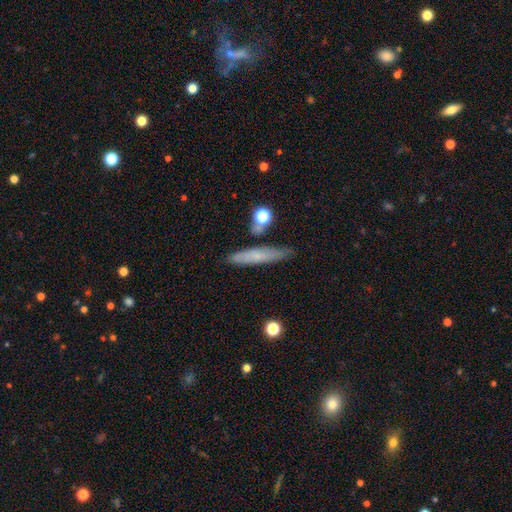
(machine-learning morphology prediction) The model was most divided on "smooth or featured": smooth: 62%, featured or disk: 30%, star or artifact: 8%. More confident: how rounded — cigar-shaped (87%); merging — none (78%).